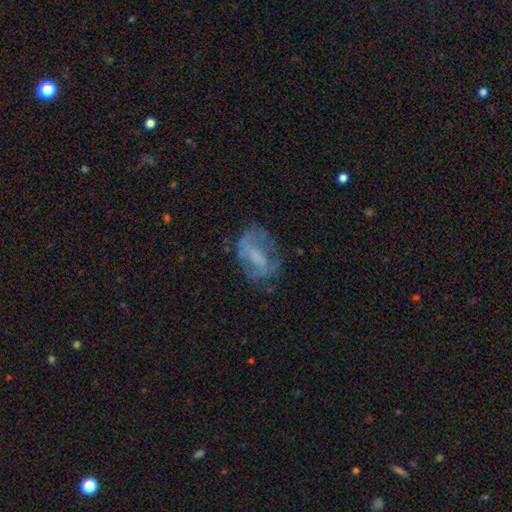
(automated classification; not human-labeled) smooth-or-featured: featured or disk: 52% | smooth: 36% | star or artifact: 12%
  disk-edge-on: no: 95% | yes: 5%
  merging: none: 52% | minor disturbance: 24% | major disturbance: 22% | merger: 2%